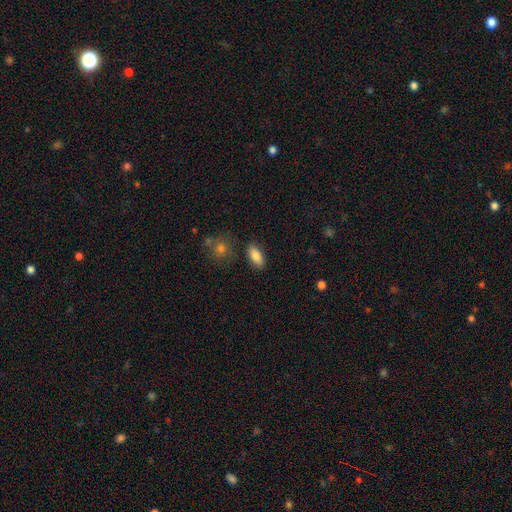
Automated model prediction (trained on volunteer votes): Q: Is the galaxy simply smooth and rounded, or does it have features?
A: smooth — 84%.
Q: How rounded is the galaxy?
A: in between — 86%.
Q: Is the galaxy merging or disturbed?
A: none — 84%.